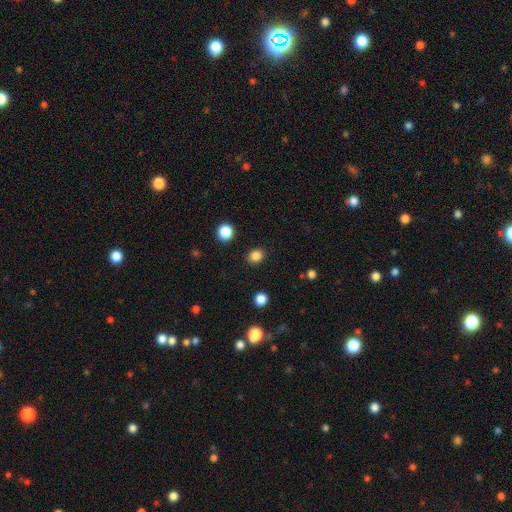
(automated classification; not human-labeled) This is clearly a smooth galaxy (85%). How rounded: likely round (67%). Merging: clearly none (90%).